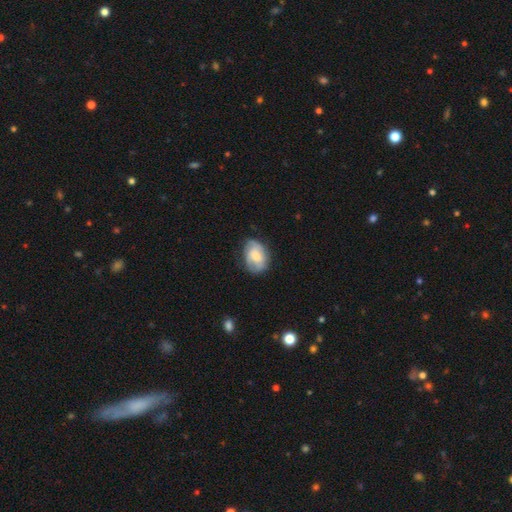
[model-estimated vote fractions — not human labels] Morphology: type=smooth (56%); roundness=in between (76%); merging=none (62%).